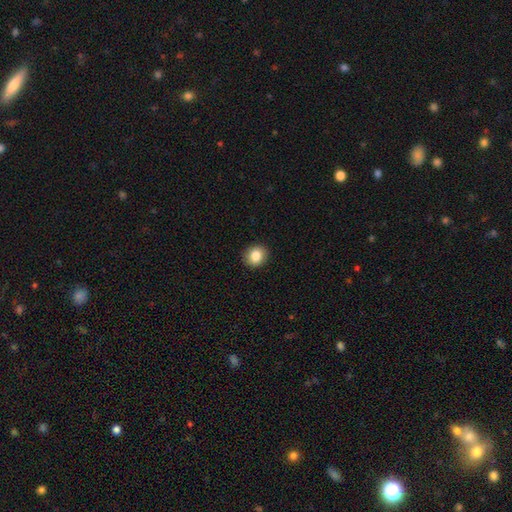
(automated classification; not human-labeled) Morphology: type=smooth (86%); roundness=round (77%); merging=none (91%).